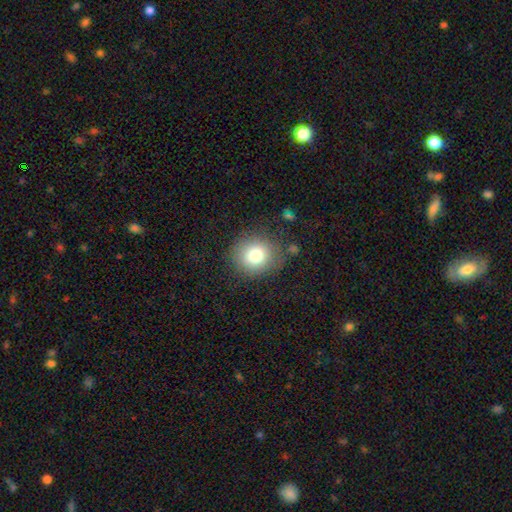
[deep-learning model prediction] smooth-or-featured: smooth: 78% | star or artifact: 11% | featured or disk: 11%
  how-rounded: round: 87% | in between: 12% | cigar-shaped: 1%
  merging: none: 82% | minor disturbance: 11% | major disturbance: 4% | merger: 2%